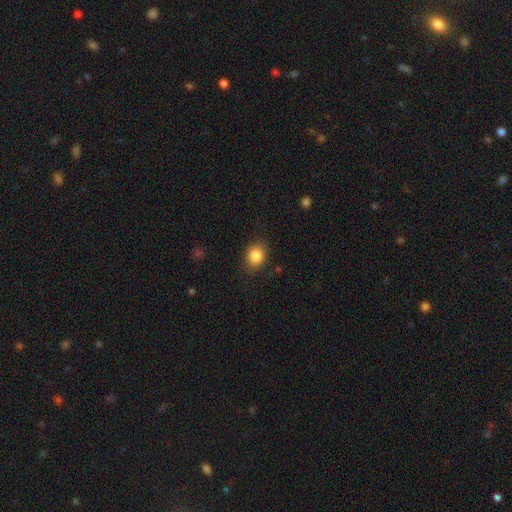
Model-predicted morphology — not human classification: smooth_or_featured: smooth (p=0.85) [alt: star or artifact p=0.09]
how_rounded: round (p=0.54) [alt: in between p=0.45]
merging: none (p=0.84) [alt: minor disturbance p=0.11]